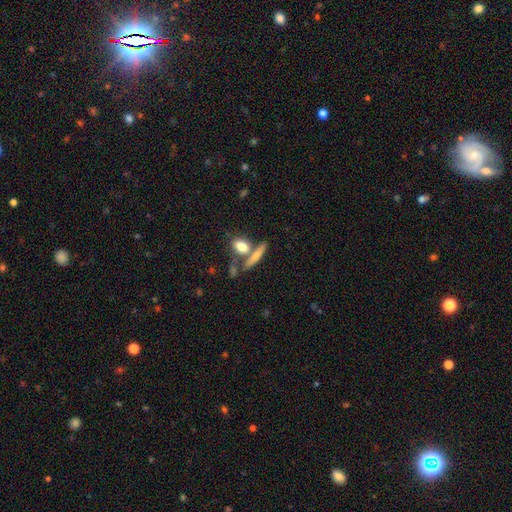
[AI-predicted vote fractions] This is likely a smooth galaxy (63%). How rounded: possibly cigar-shaped (55%). Merging: possibly none (52%).